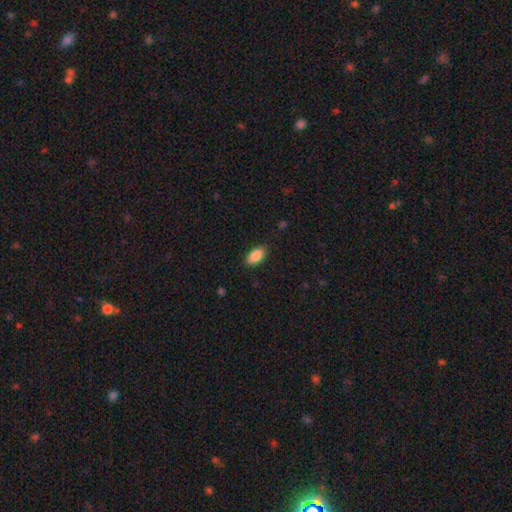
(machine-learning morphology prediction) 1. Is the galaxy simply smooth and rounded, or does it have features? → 89% smooth, 7% star or artifact, 4% featured or disk.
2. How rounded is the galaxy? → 93% in between, 4% cigar-shaped, 3% round.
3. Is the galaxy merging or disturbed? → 87% none, 10% minor disturbance, 2% major disturbance, 1% merger.